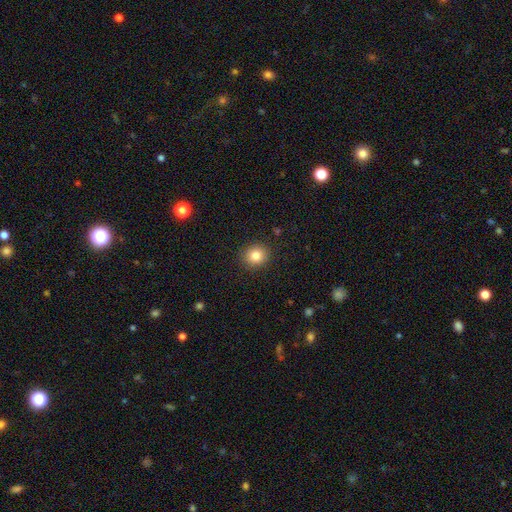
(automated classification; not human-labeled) This appears to be a smooth galaxy with no disk features (84%) that is round (85%). Merging: none (90%).